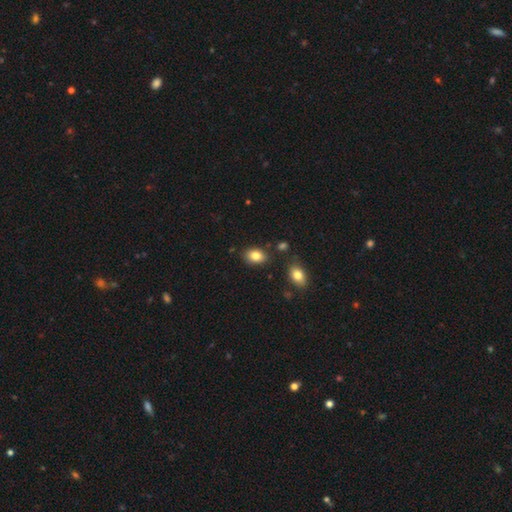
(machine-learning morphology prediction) type=smooth (84%); roundness=in between (83%); merging=none (82%).